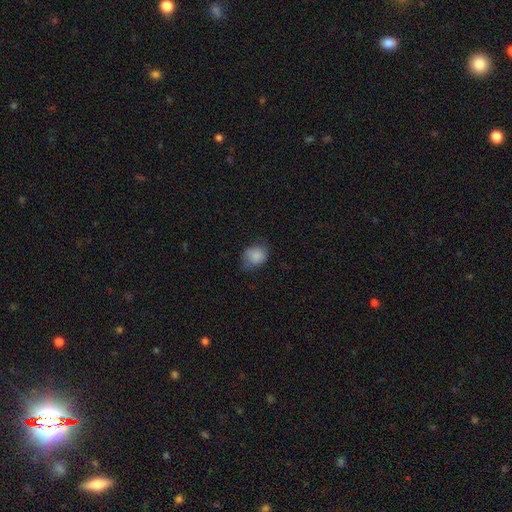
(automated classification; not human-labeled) Q: Smooth or featured?
A: smooth (82%); runner-up: featured or disk (9%)
Q: How rounded?
A: round (51%); runner-up: in between (48%)
Q: Merging?
A: none (57%); runner-up: minor disturbance (32%)